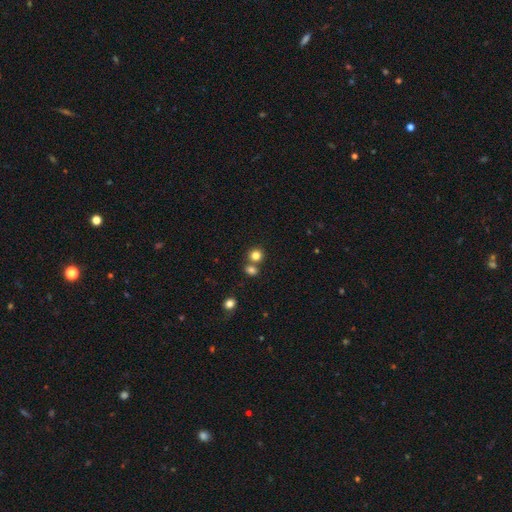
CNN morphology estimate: Smooth or featured: smooth — 81% (star or artifact — 13%)
How rounded: round — 84% (in between — 15%)
Merging: none — 61% (merger — 28%)